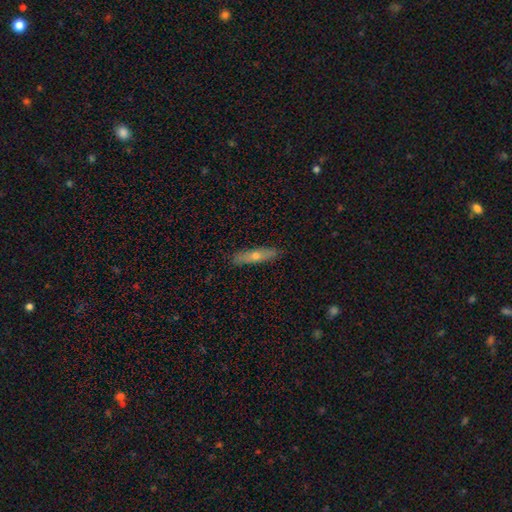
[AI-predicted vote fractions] Smooth or featured? smooth (50%)
Merging? none (89%)